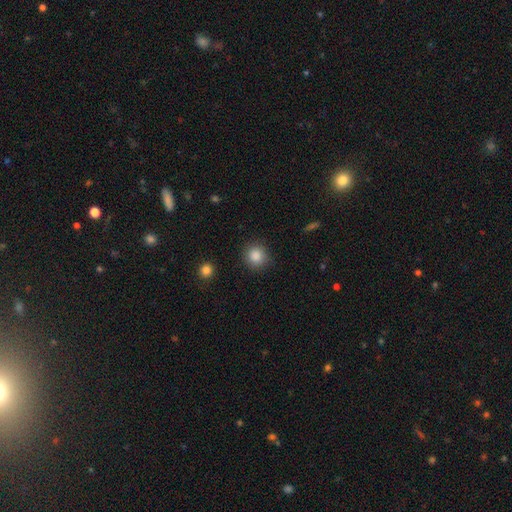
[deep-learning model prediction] Overall: smooth (87%). How rounded: round (90%). Merging: none (87%).